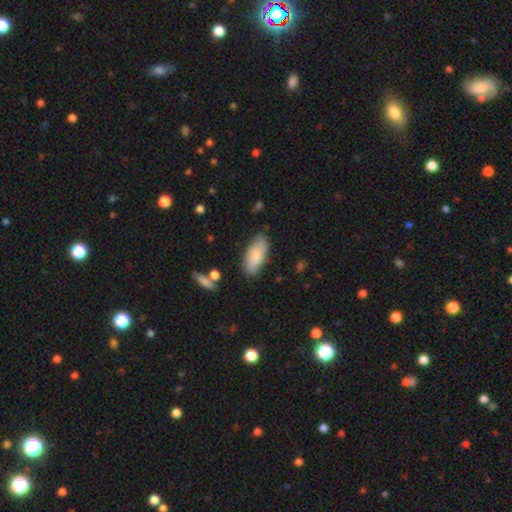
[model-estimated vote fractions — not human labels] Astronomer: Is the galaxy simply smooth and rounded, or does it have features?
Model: smooth — 78%.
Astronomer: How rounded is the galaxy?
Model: in between — 85%.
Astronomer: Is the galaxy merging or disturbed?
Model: none — 75%.